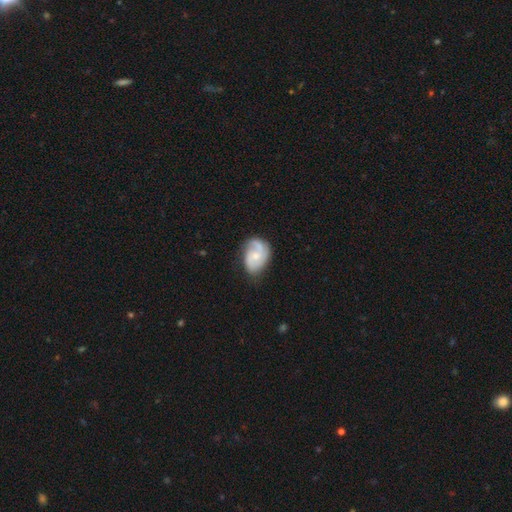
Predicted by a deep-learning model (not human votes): Q: Smooth or featured?
A: featured or disk (69%); runner-up: smooth (25%)
Q: Edge-on disk?
A: no (97%); runner-up: yes (3%)
Q: Bar?
A: no (67%); runner-up: weak (29%)
Q: Spiral arms?
A: yes (91%); runner-up: no (9%)
Q: Spiral winding?
A: medium (45%); runner-up: tight (31%)
Q: Spiral arm count?
A: 2 (60%); runner-up: 1 (15%)
Q: Bulge size?
A: small (50%); runner-up: moderate (40%)
Q: Merging?
A: none (58%); runner-up: minor disturbance (27%)